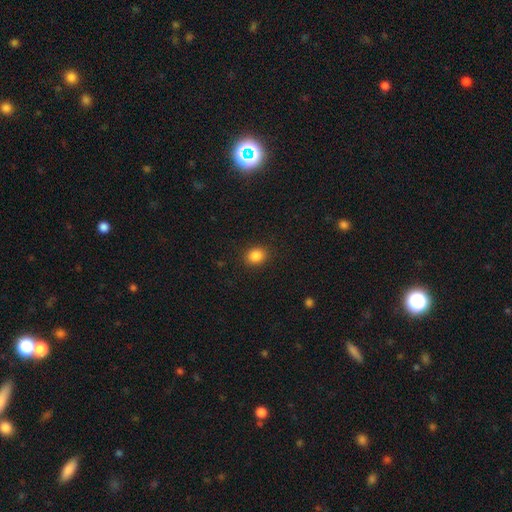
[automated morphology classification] Smooth or featured? Predicted: smooth (p=0.86). How rounded? Predicted: round (p=0.59). Merging? Predicted: none (p=0.89).